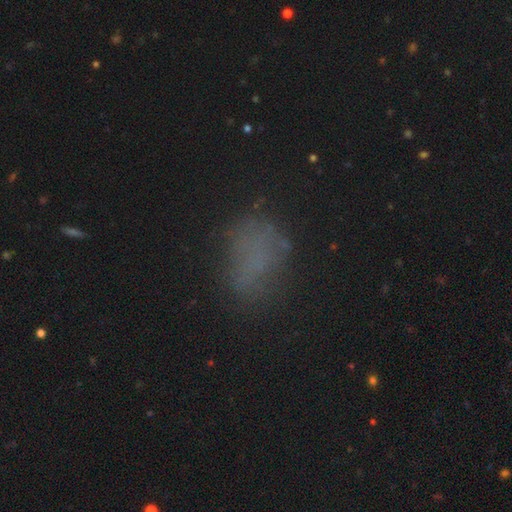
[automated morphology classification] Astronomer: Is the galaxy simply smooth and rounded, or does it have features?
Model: smooth — 59%.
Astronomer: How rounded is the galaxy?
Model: in between — 77%.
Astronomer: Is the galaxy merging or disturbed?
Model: none — 67%.